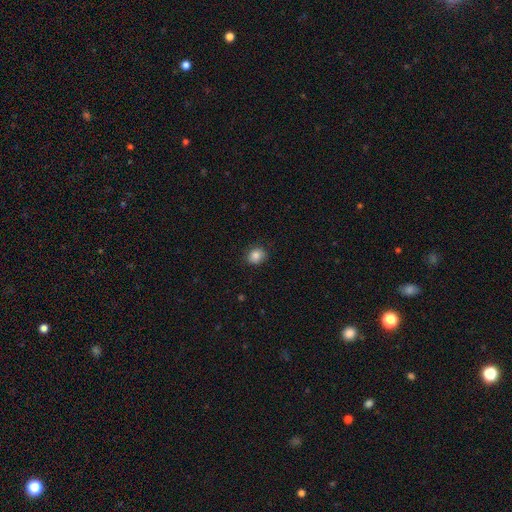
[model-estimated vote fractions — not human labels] A smooth galaxy with no disk features (85%) that is round (66%). Merging: none (84%).